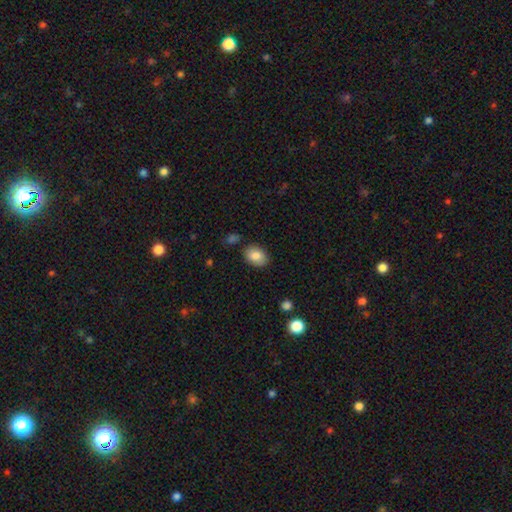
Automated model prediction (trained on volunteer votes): smooth 85%, featured or disk 8%, star or artifact 8%. Down the decision tree: how rounded — in between (77%); merging — none (84%).